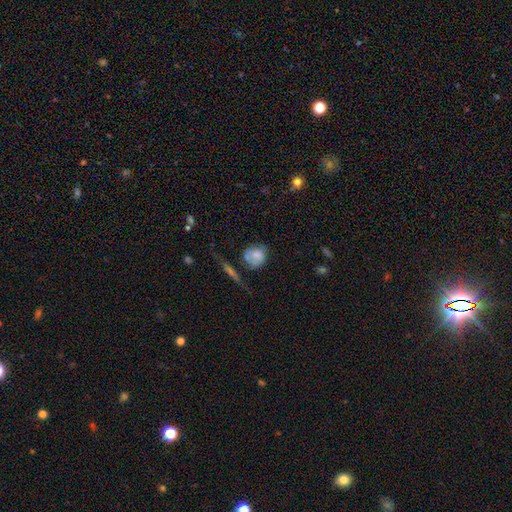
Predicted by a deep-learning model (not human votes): smooth-or-featured: smooth: 64% | featured or disk: 27% | star or artifact: 9%
  how-rounded: round: 70% | in between: 28% | cigar-shaped: 2%
  merging: none: 44% | minor disturbance: 24% | merger: 16% | major disturbance: 16%